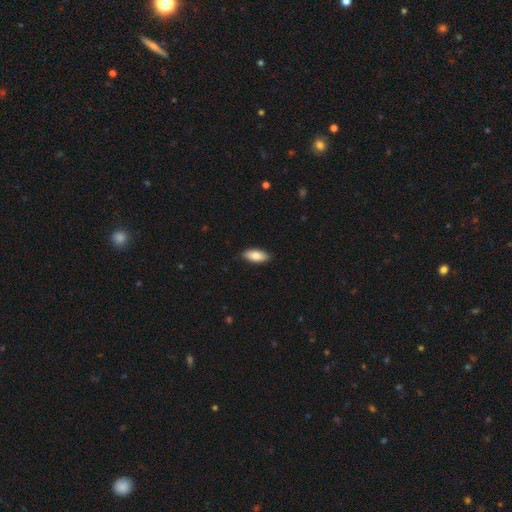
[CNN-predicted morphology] smooth-or-featured: smooth: 83% | featured or disk: 11% | star or artifact: 6%
  how-rounded: in between: 87% | cigar-shaped: 11% | round: 2%
  merging: none: 88% | minor disturbance: 9% | major disturbance: 2% | merger: 1%